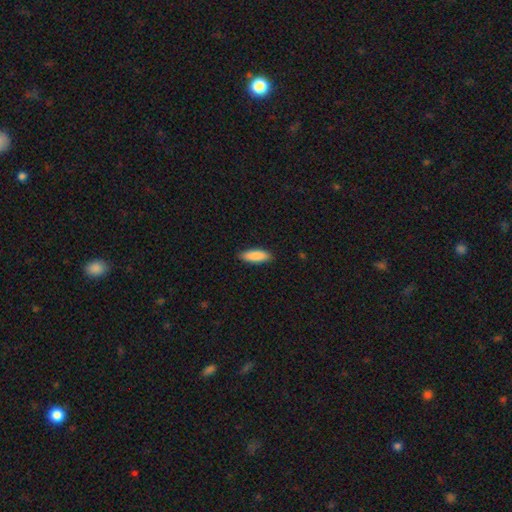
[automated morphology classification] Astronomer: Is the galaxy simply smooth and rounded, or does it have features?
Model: smooth — 88%.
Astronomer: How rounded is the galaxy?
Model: in between — 60% (runner-up: cigar-shaped, 38%).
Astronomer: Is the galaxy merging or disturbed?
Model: none — 88%.